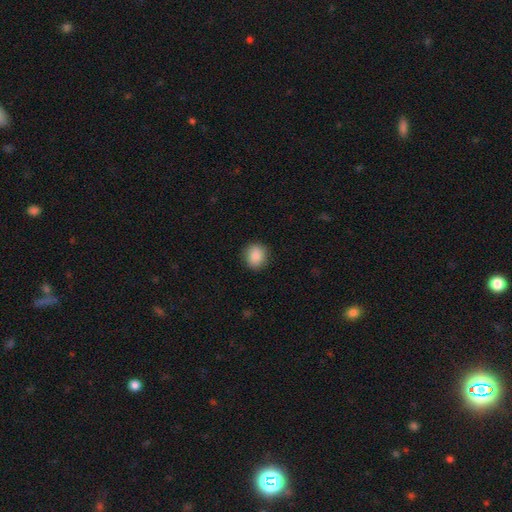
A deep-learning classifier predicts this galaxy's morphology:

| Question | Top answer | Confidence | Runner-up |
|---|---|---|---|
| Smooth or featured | smooth | 88% | star or artifact (8%) |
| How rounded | round | 78% | in between (21%) |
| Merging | none | 88% | minor disturbance (8%) |